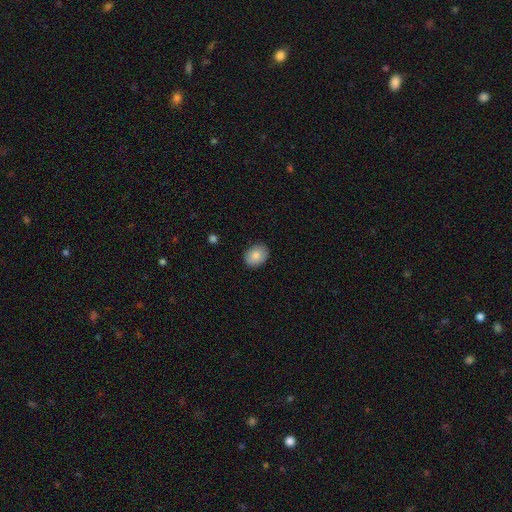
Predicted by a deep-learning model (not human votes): Q: Smooth or featured?
A: smooth (85%); runner-up: featured or disk (8%)
Q: How rounded?
A: in between (69%); runner-up: round (30%)
Q: Merging?
A: none (87%); runner-up: minor disturbance (10%)